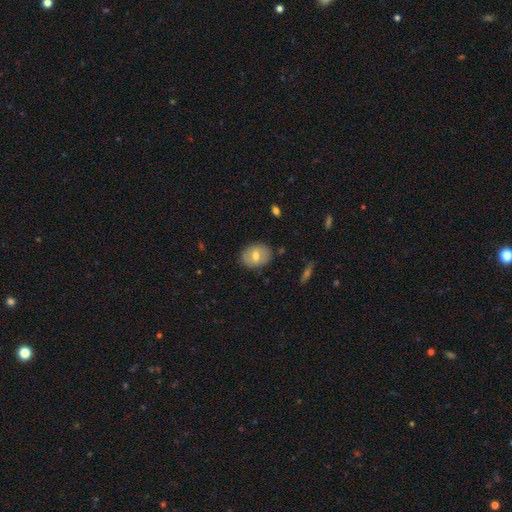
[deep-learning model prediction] Morphology: type=smooth (63%); roundness=in between (53%); merging=none (85%).